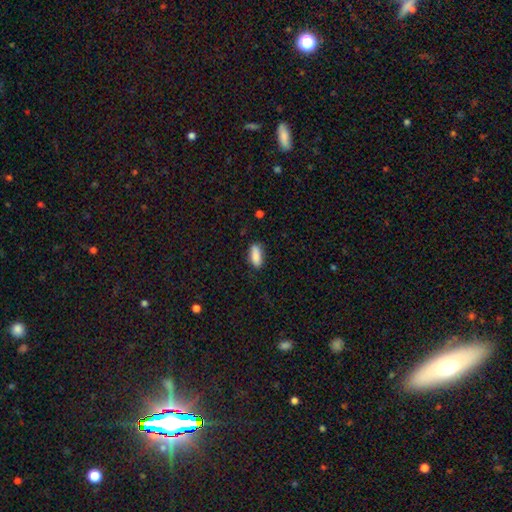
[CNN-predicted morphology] This is clearly a smooth galaxy (88%). How rounded: likely in between (80%). Merging: clearly none (81%).